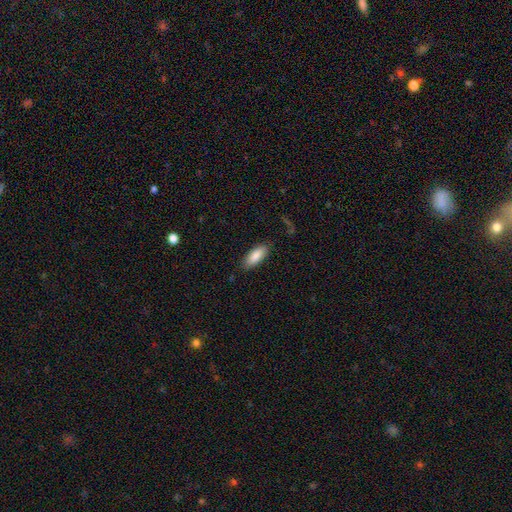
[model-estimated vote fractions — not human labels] Overall: smooth (87%). How rounded: in between (78%). Merging: none (83%).